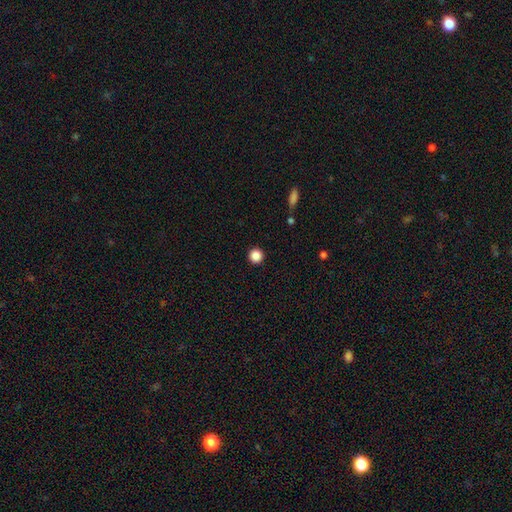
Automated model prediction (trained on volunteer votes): Overall: smooth (87%). How rounded: round (96%). Merging: none (92%).